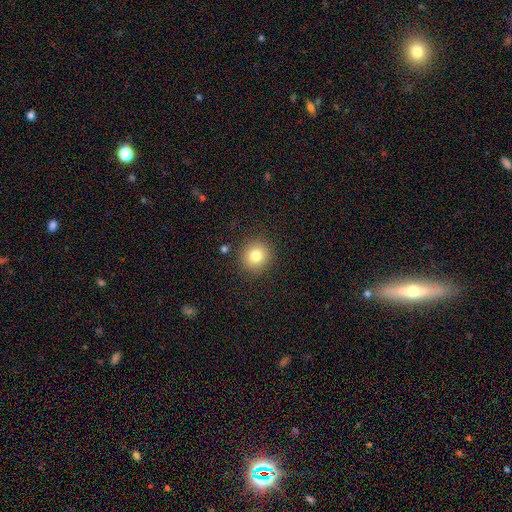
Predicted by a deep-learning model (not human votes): The model was most divided on "smooth or featured": smooth: 79%, star or artifact: 12%, featured or disk: 9%. More confident: how rounded — round (91%); merging — none (89%).